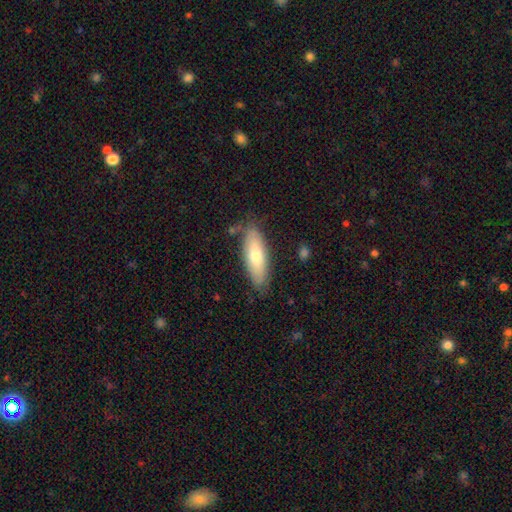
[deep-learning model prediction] smooth_or_featured: smooth (p=0.67) [alt: featured or disk p=0.27]
how_rounded: in between (p=0.57) [alt: cigar-shaped p=0.41]
merging: none (p=0.80) [alt: minor disturbance p=0.14]